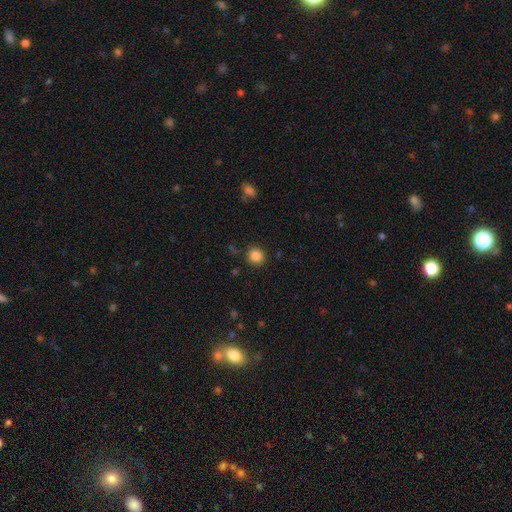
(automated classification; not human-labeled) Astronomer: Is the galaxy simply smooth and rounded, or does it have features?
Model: smooth — 85%.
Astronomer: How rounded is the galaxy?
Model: round — 93%.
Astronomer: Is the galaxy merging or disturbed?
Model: none — 89%.